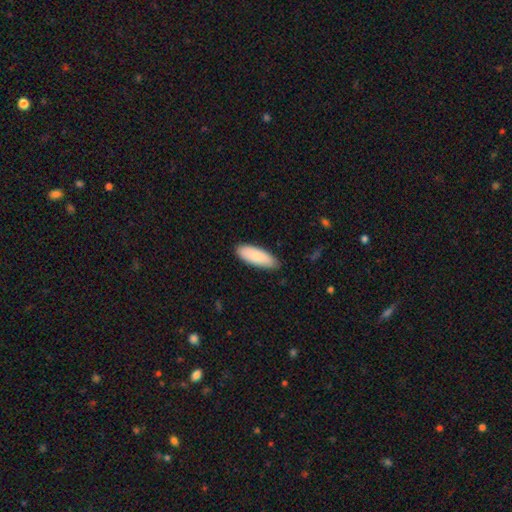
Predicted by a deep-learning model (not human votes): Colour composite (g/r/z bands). It shows a smooth galaxy with no disk features (86%) that is in between round and cigar-shaped (67%). Merging: none (84%).